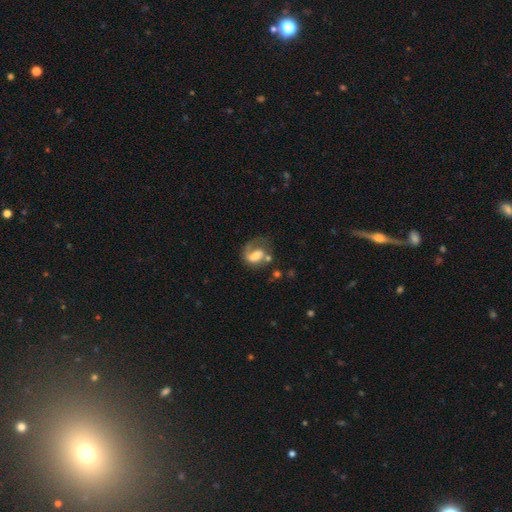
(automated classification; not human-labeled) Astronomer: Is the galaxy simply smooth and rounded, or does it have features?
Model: featured or disk — 56% (runner-up: smooth, 36%).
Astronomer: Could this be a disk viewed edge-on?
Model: no — 96%.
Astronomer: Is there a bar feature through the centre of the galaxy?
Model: no — 41% (runner-up: weak, 39%).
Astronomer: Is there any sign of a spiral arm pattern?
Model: yes — 75%.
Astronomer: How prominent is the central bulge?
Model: moderate — 44% (runner-up: small, 23%).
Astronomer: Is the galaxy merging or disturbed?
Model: none — 36% (runner-up: major disturbance, 31%).